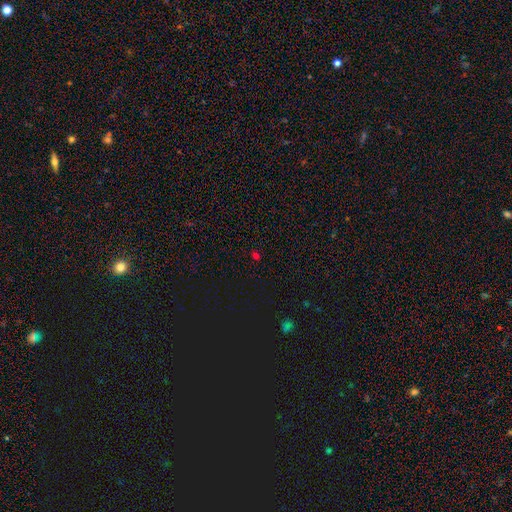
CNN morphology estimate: star or artifact 49%, smooth 46%, featured or disk 5%.